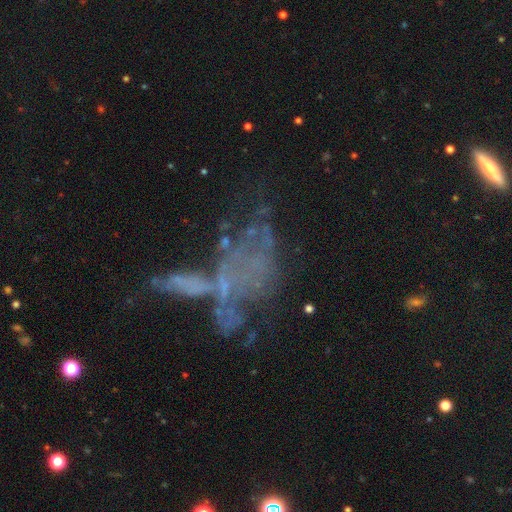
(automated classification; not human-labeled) Q: Smooth or featured?
A: featured or disk (54%); runner-up: star or artifact (24%)
Q: Edge-on disk?
A: no (89%); runner-up: yes (11%)
Q: Merging?
A: merger (44%); runner-up: major disturbance (30%)